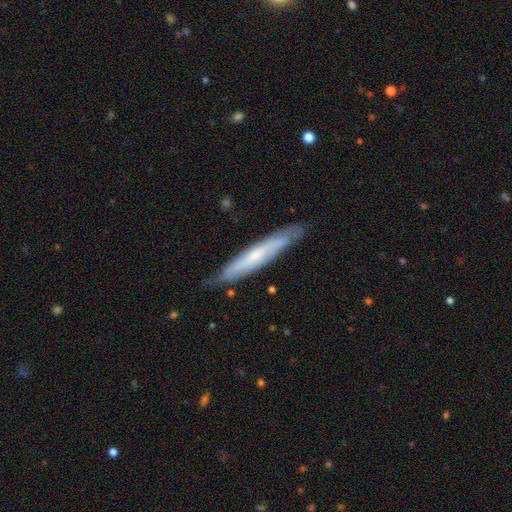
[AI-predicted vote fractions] featured or disk 52%, smooth 42%, star or artifact 6%. Down the decision tree: edge-on disk — yes (72%); merging — none (77%).